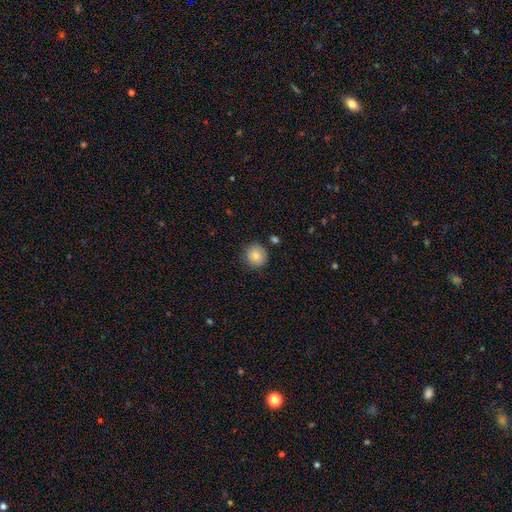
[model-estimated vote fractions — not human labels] Smooth or featured? smooth (82%)
How rounded? round (94%)
Merging? none (86%)